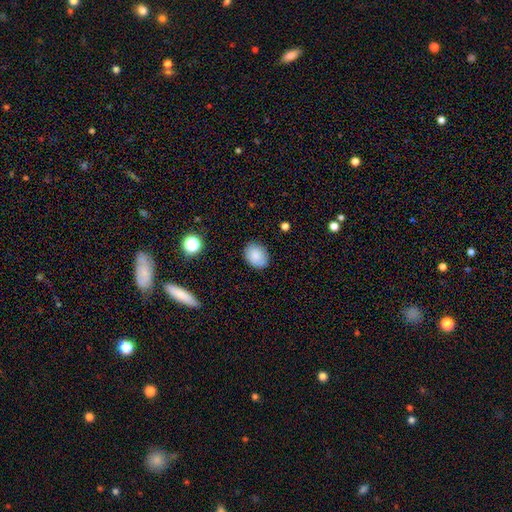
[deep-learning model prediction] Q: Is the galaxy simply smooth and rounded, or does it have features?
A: smooth — 85%.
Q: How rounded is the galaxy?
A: in between — 65%.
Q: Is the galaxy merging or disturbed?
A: none — 84%.